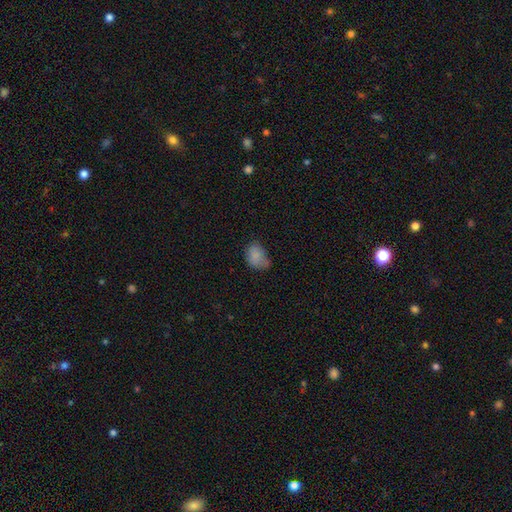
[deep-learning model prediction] A smooth galaxy with no disk features (81%) that is in between round and cigar-shaped (76%). Merging: none (46%).